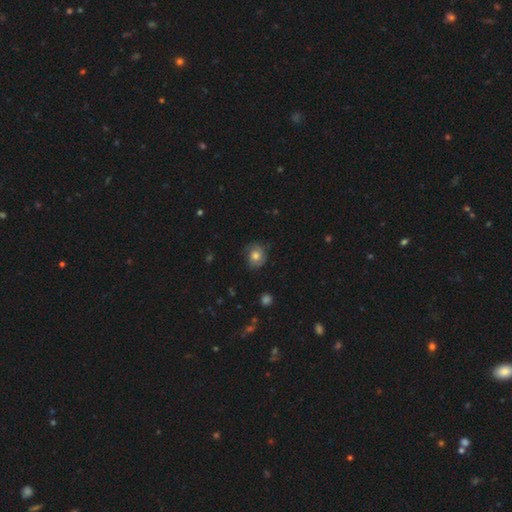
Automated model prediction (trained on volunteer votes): A smooth galaxy with no disk features (63%) that is round (69%).

Vote fractions:
- Smooth or featured? smooth: 63% / featured or disk: 27% / star or artifact: 10%
- How rounded? round: 69% / in between: 30% / cigar-shaped: 1%
- Merging? none: 73% / minor disturbance: 20% / major disturbance: 6% / merger: 1%